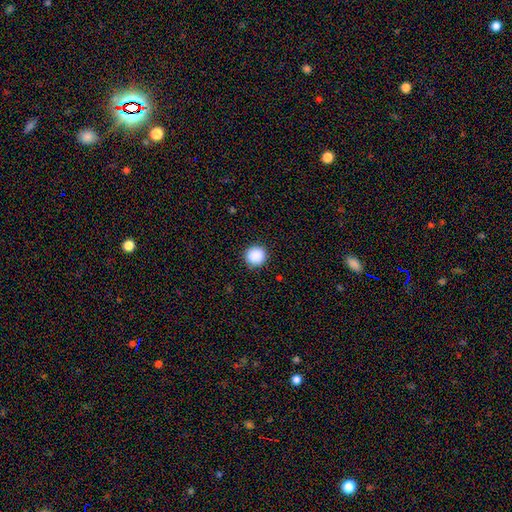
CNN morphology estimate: Q: Smooth or featured?
A: smooth (89%); runner-up: star or artifact (9%)
Q: How rounded?
A: round (94%); runner-up: in between (5%)
Q: Merging?
A: none (91%); runner-up: minor disturbance (6%)